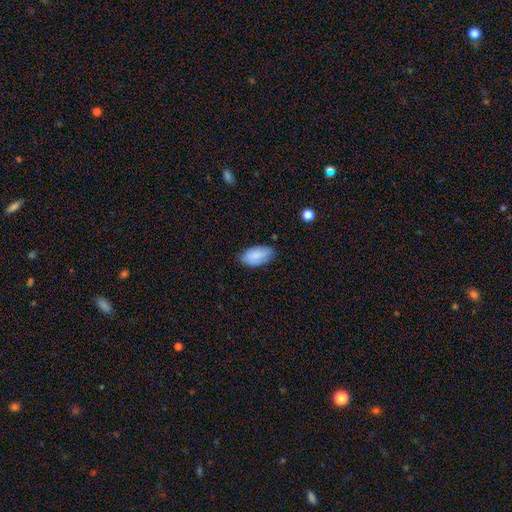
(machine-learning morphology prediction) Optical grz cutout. It shows a smooth galaxy with no disk features (84%) that is in between round and cigar-shaped (95%). Merging: none (76%).